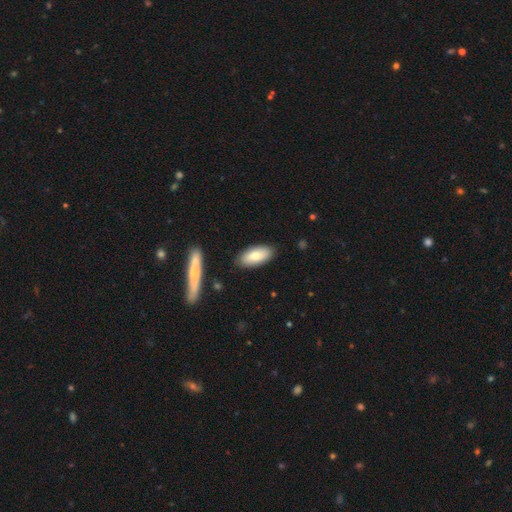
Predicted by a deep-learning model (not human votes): This is likely a smooth galaxy (75%). How rounded: clearly in between (88%). Merging: clearly none (85%).